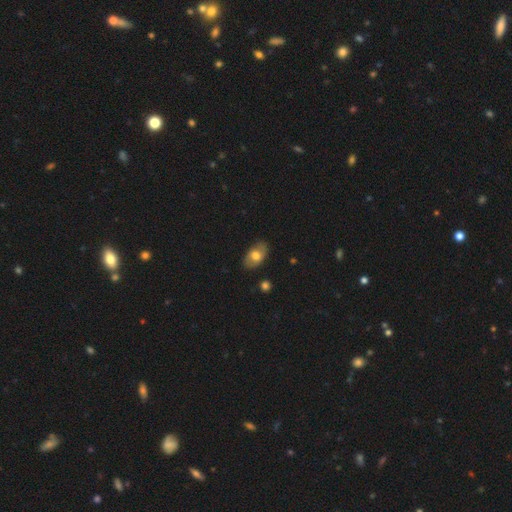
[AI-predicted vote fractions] smooth 68%, featured or disk 25%, star or artifact 7%. Down the decision tree: how rounded — in between (91%); merging — none (82%).